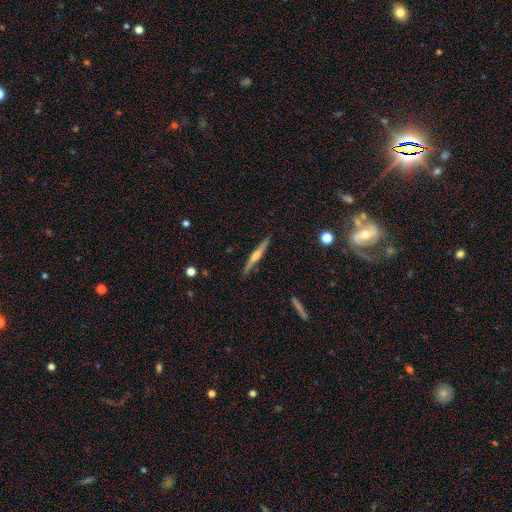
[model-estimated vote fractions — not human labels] Smooth or featured? Predicted: featured or disk (p=0.63). Edge-on disk? Predicted: yes (p=0.96). Edge-on bulge? Predicted: rounded (p=0.74). Merging? Predicted: none (p=0.86).